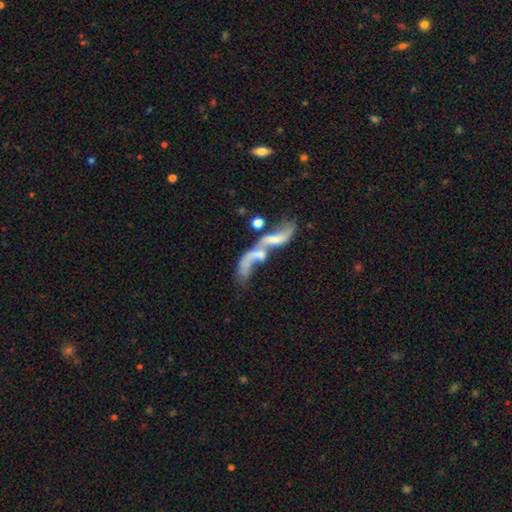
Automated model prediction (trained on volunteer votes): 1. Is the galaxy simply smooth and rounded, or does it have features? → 61% featured or disk, 28% smooth, 11% star or artifact.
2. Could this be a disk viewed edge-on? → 88% no, 12% yes.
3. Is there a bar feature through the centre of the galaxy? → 62% no, 25% weak, 13% strong.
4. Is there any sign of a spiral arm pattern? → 50% yes (tied), 50% no (tied).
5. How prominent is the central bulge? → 44% none, 28% small, 21% moderate, 5% large, 2% dominant.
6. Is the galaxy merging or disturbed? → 63% merger, 19% major disturbance, 12% none, 6% minor disturbance.